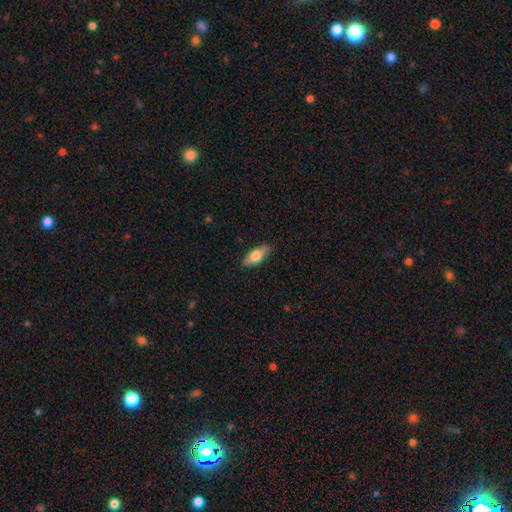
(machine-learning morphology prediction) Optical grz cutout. It shows a smooth galaxy with no disk features (65%) that is in between round and cigar-shaped (73%). Merging: none (85%).